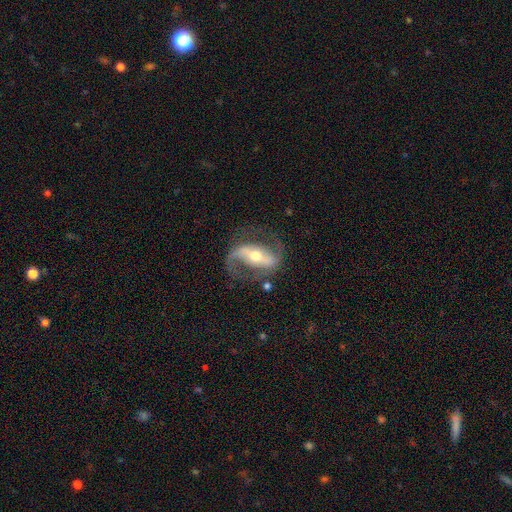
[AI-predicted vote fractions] Smooth or featured? featured or disk (87%)
Edge-on disk? no (94%)
Bar? strong (59%)
Spiral arms? yes (94%)
Spiral winding? medium (48%)
Spiral arm count? 2 (90%)
Bulge size? moderate (60%)
Merging? none (73%)